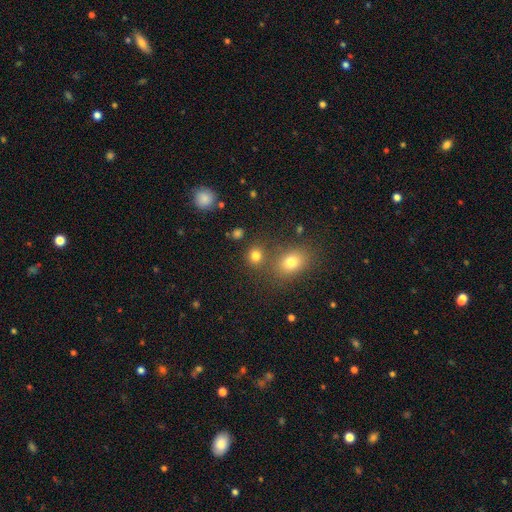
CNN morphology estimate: A smooth galaxy with no disk features (78%) that is round (73%).

Vote fractions:
- Smooth or featured? smooth: 78% / star or artifact: 16% / featured or disk: 7%
- How rounded? round: 73% / in between: 26% / cigar-shaped: 1%
- Merging? none: 70% / merger: 17% / minor disturbance: 9% / major disturbance: 4%